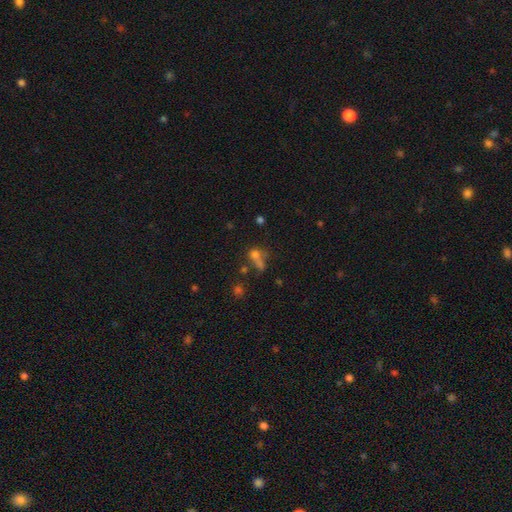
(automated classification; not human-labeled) A smooth galaxy with no disk features (56%) that is round (52%). Merging: none (38%).